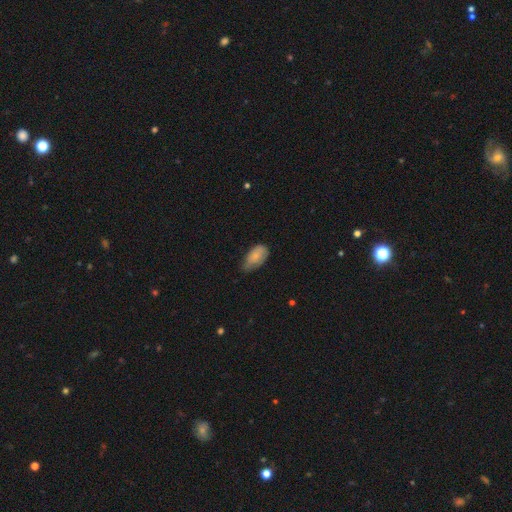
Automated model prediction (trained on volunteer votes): A smooth galaxy with no disk features (79%) that is in between round and cigar-shaped (93%). Merging: none (46%).